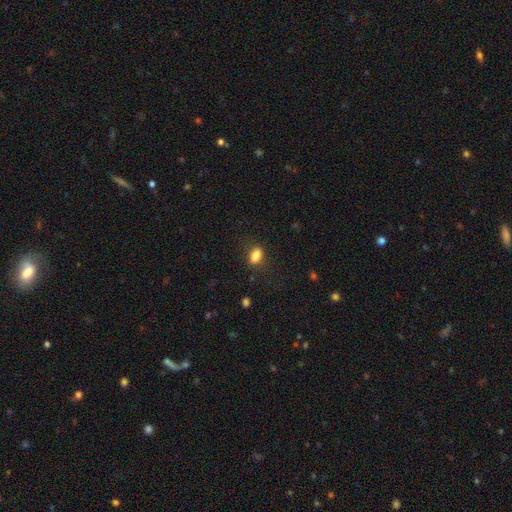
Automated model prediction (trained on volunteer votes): A smooth galaxy with no disk features (86%) that is in between round and cigar-shaped (85%).

Vote fractions:
- Smooth or featured? smooth: 86% / star or artifact: 9% / featured or disk: 5%
- How rounded? in between: 85% / round: 7% / cigar-shaped: 7%
- Merging? none: 82% / minor disturbance: 12% / major disturbance: 4% / merger: 1%